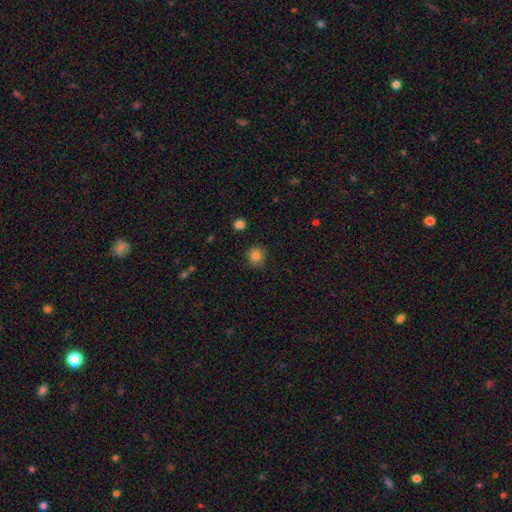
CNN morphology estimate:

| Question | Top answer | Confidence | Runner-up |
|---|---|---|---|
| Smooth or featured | smooth | 83% | star or artifact (12%) |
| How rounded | round | 90% | in between (9%) |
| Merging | none | 88% | minor disturbance (8%) |